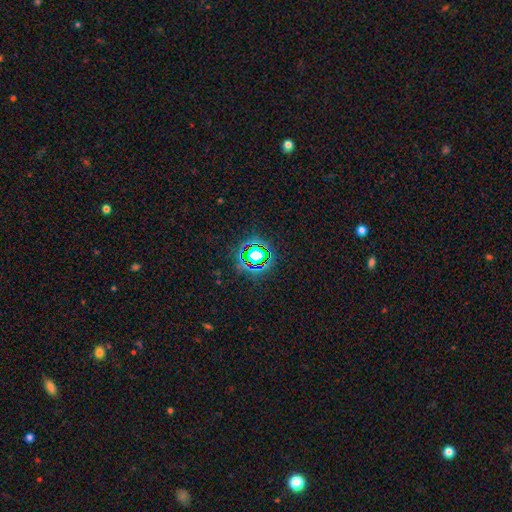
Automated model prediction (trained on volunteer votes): A star or artifact, not a galaxy (69%).